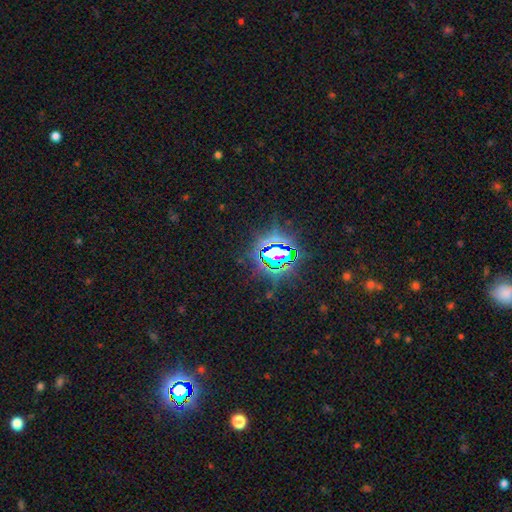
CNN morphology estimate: Smooth or featured?
  - star or artifact: 83% *
  - smooth: 10%
  - featured or disk: 7%